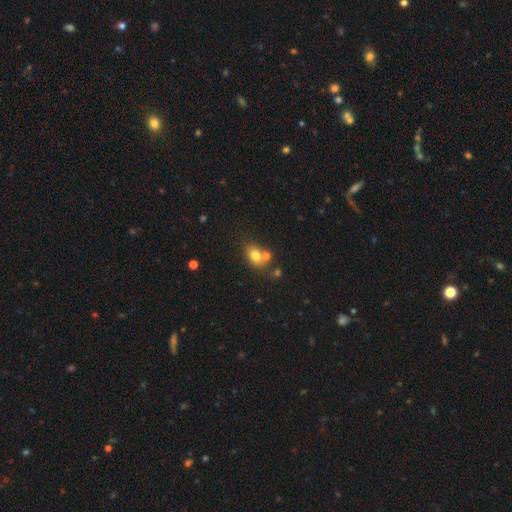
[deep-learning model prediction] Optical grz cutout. It shows a smooth galaxy with no disk features (75%) that is in between round and cigar-shaped (61%). Merging: none (47%).